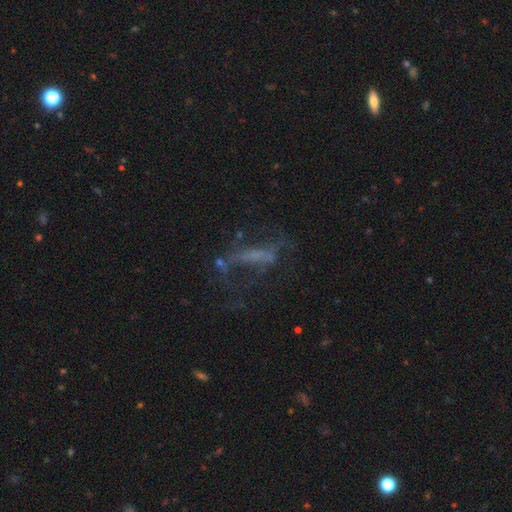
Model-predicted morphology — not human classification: featured or disk 51%, smooth 26%, star or artifact 24%. Down the decision tree: edge-on disk — no (78%); merging — none (39%).